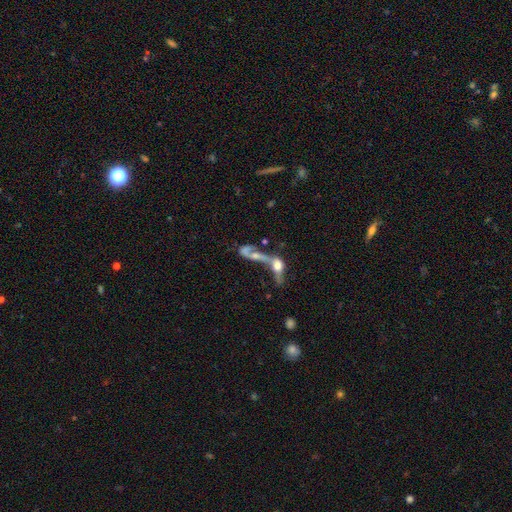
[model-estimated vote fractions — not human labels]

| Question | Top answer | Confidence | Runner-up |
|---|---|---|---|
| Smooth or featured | featured or disk | 53% | smooth (35%) |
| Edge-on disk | no | 80% | yes (20%) |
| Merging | merger | 72% | major disturbance (14%) |